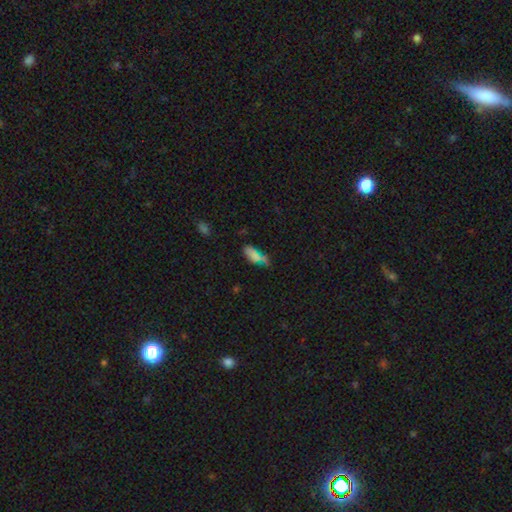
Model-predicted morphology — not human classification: smooth 68%, star or artifact 20%, featured or disk 11%. Down the decision tree: how rounded — in between (72%); merging — none (48%).